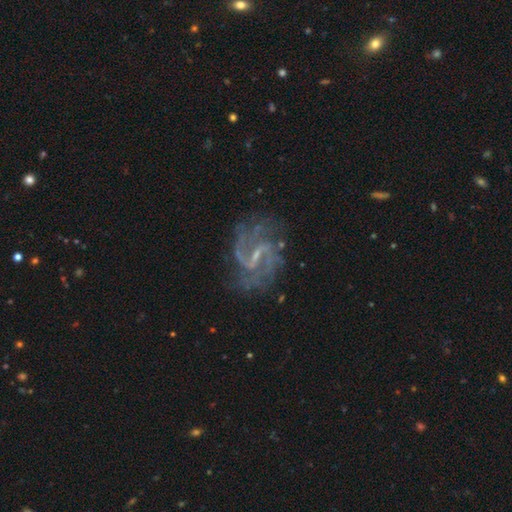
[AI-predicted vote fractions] Smooth or featured: featured or disk — 88% (star or artifact — 8%)
Edge-on disk: no — 98% (yes — 2%)
Bar: weak — 56% (strong — 28%)
Spiral arms: yes — 96% (no — 4%)
Spiral winding: medium — 49% (loose — 35%)
Spiral arm count: 2 — 70% (can't tell — 10%)
Bulge size: small — 64% (none — 21%)
Merging: none — 70% (minor disturbance — 17%)